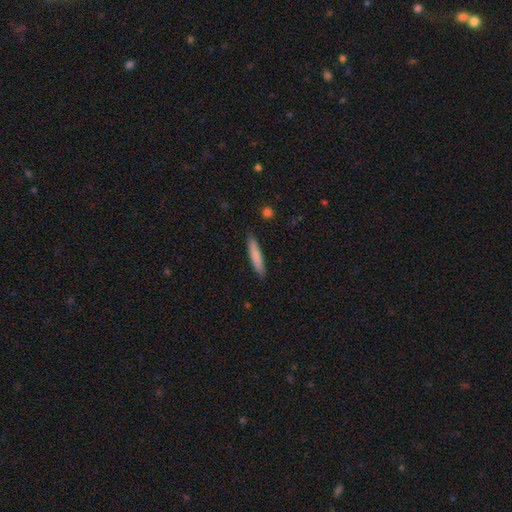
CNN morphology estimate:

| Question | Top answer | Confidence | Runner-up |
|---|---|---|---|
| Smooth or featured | smooth | 82% | featured or disk (13%) |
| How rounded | cigar-shaped | 89% | in between (10%) |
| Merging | none | 88% | minor disturbance (9%) |